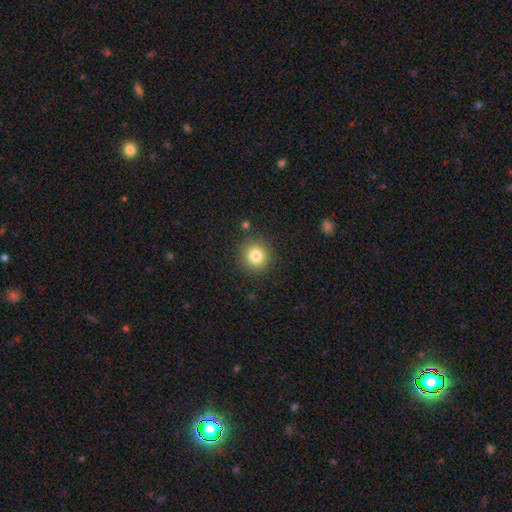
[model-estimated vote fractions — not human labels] A smooth galaxy with no disk features (81%) that is round (93%).

Vote fractions:
- Smooth or featured? smooth: 81% / star or artifact: 12% / featured or disk: 7%
- How rounded? round: 93% / in between: 6% / cigar-shaped: 1%
- Merging? none: 88% / minor disturbance: 7% / major disturbance: 3% / merger: 2%